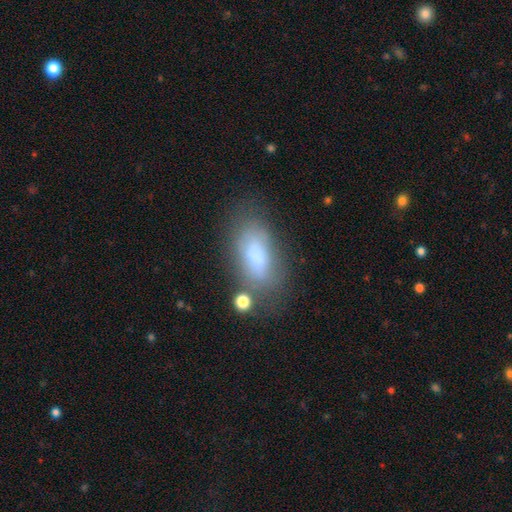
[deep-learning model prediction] Smooth or featured? Predicted: smooth (p=0.73). How rounded? Predicted: in between (p=0.90). Merging? Predicted: none (p=0.61).